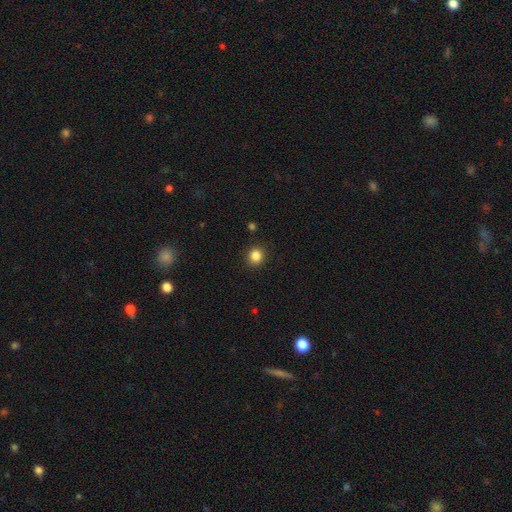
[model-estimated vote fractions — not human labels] Overall: smooth (85%). How rounded: round (89%). Merging: none (92%).